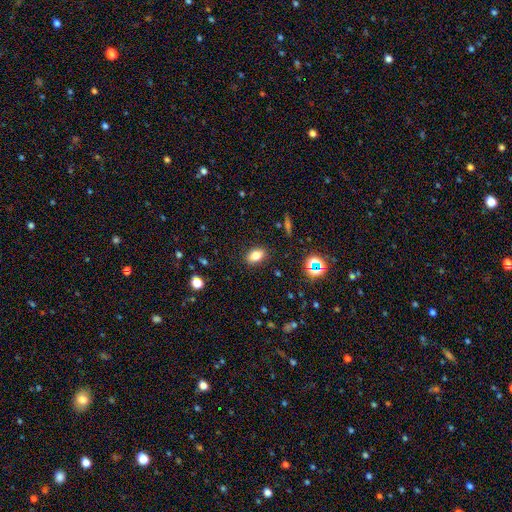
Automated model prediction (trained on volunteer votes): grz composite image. It shows a smooth galaxy with no disk features (80%) that is in between round and cigar-shaped (83%). Merging: none (87%).